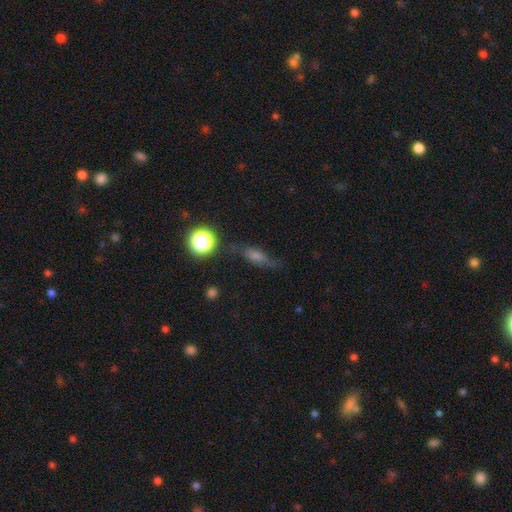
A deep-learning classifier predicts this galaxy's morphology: Q: Smooth or featured?
A: smooth (49%); runner-up: featured or disk (30%)
Q: Merging?
A: none (61%); runner-up: minor disturbance (24%)